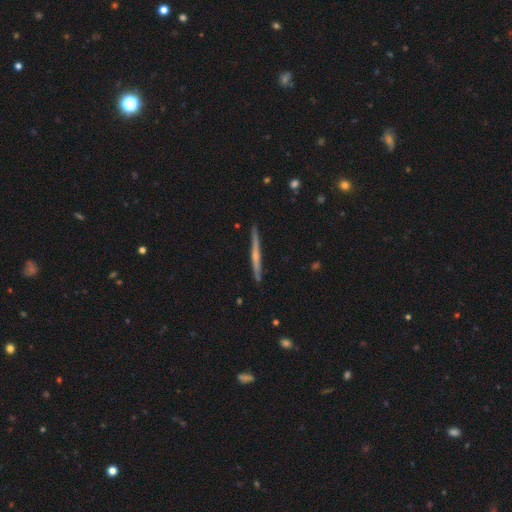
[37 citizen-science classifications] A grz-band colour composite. It shows a featured or disk galaxy (65%) viewed edge-on (100%) with a rounded central bulge (46%). Merging: none (89%).